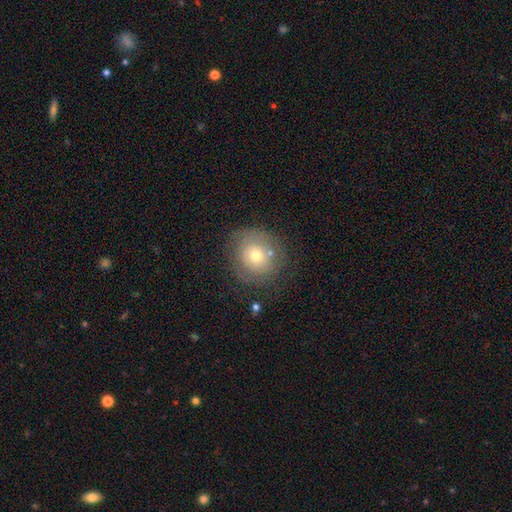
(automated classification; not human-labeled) smooth 62%, featured or disk 27%, star or artifact 11%. Down the decision tree: how rounded — round (88%); merging — none (72%).